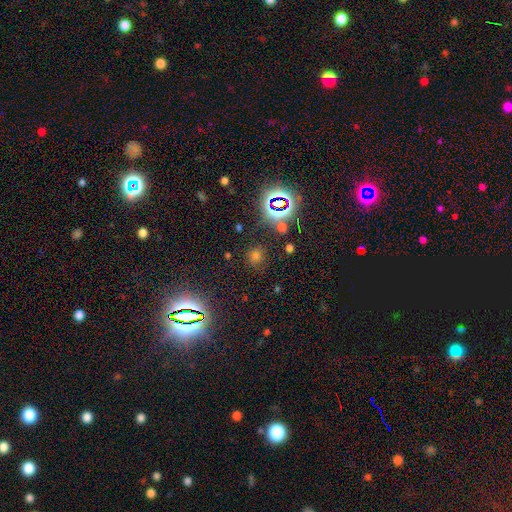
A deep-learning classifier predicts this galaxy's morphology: smooth 48%, star or artifact 45%, featured or disk 7%. Down the decision tree: merging — none (82%).